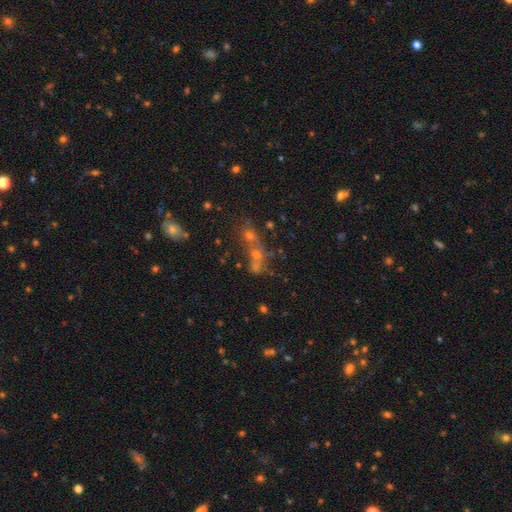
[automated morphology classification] A smooth galaxy with no disk features (40%). Merging: merger (48%).